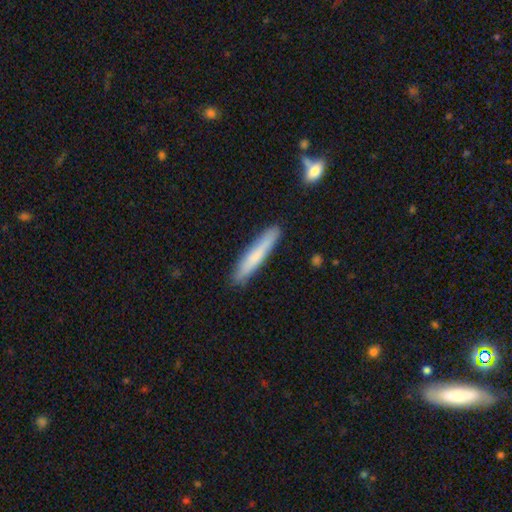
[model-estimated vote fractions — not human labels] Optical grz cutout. It shows a smooth galaxy with no disk features (73%) that is cigar-shaped (93%). Merging: none (86%).